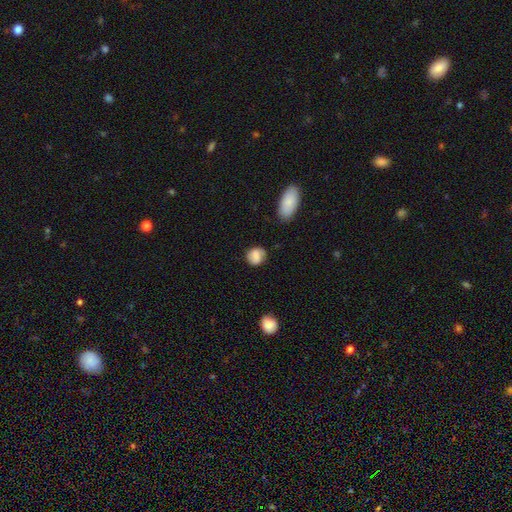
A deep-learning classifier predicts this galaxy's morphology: The model was most divided on "how rounded": round: 68%, in between: 30%, cigar-shaped: 2%. More confident: smooth or featured — smooth (74%); merging — none (72%).